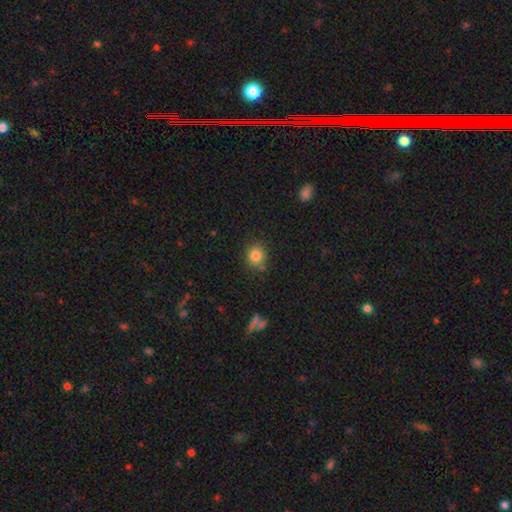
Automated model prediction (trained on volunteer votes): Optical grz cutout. It shows a smooth galaxy with no disk features (83%) that is round (81%). Merging: none (76%).